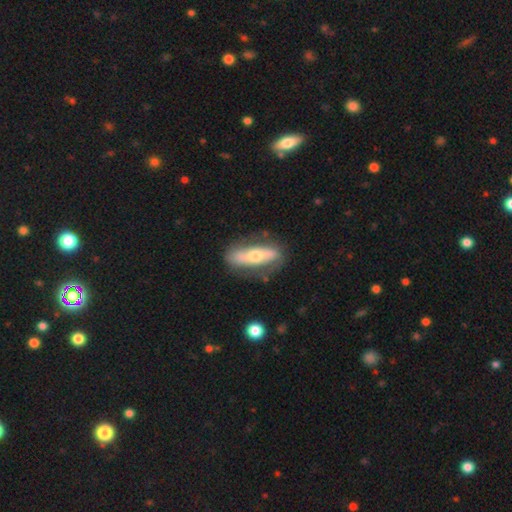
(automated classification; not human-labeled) Smooth or featured? Predicted: featured or disk (p=0.59). Edge-on disk? Predicted: no (p=0.68). Merging? Predicted: none (p=0.74).